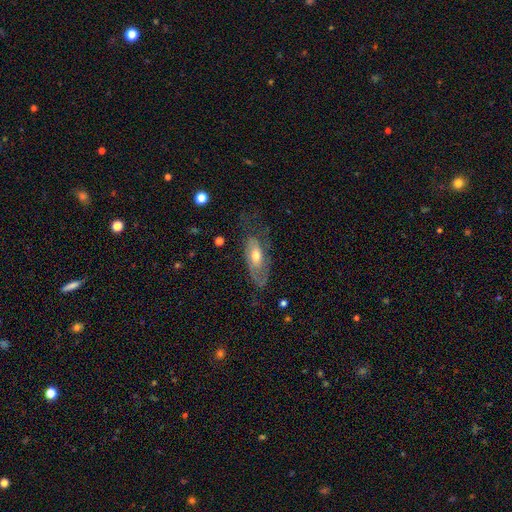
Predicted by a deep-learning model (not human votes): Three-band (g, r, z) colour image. It shows a featured or disk galaxy (56%). Merging: none (52%).